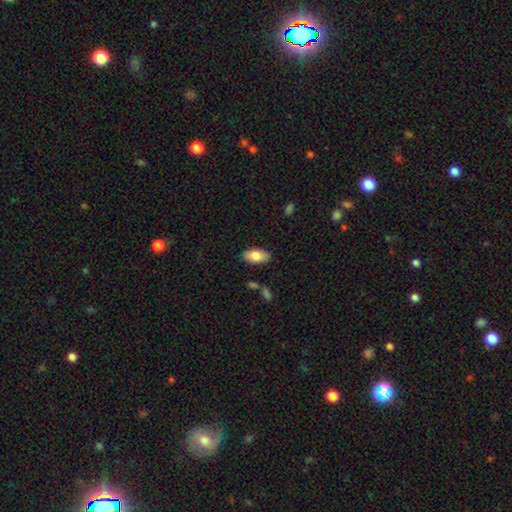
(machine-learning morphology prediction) Overall: smooth (79%). How rounded: in between (93%). Merging: none (84%).